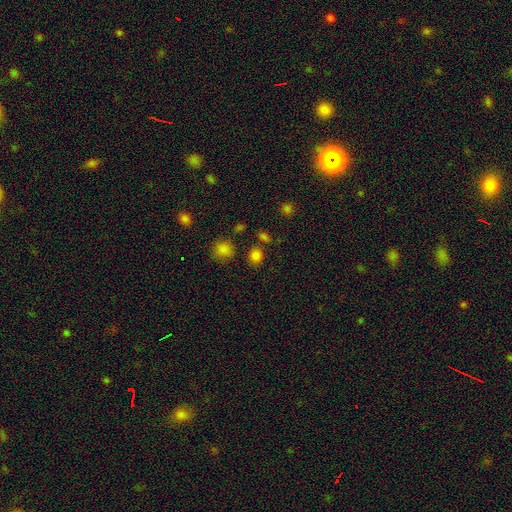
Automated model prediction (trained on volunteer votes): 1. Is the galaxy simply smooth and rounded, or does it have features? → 80% smooth, 16% star or artifact, 5% featured or disk.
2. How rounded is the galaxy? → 74% round, 25% in between, 1% cigar-shaped.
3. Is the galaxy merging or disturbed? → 79% none, 10% minor disturbance, 8% merger, 3% major disturbance.